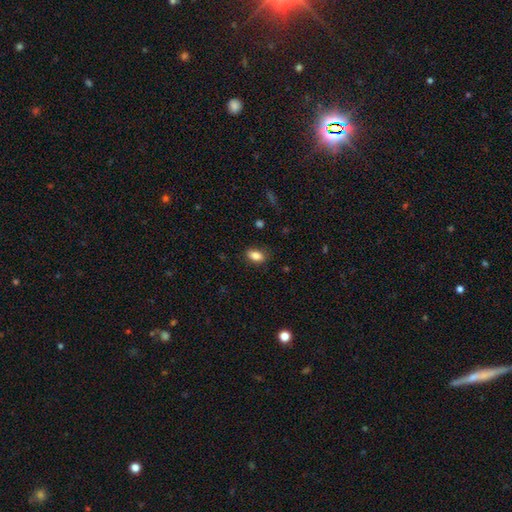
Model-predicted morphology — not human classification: Q: Smooth or featured?
A: smooth (85%); runner-up: star or artifact (9%)
Q: How rounded?
A: in between (86%); runner-up: round (11%)
Q: Merging?
A: none (83%); runner-up: minor disturbance (13%)